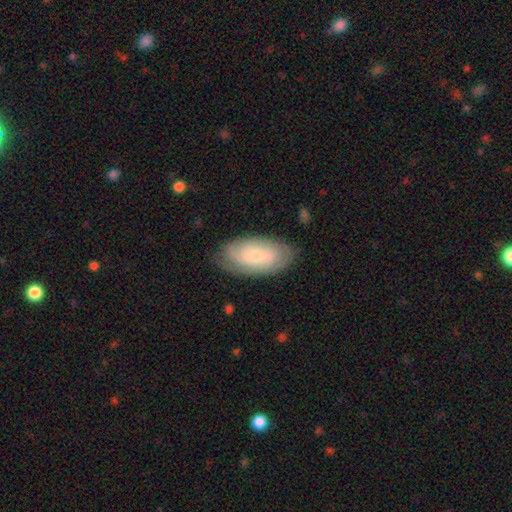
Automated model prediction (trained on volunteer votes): Smooth or featured? Predicted: featured or disk (p=0.54). Edge-on disk? Predicted: no (p=0.93). Bar? Predicted: no (p=0.70). Spiral arms? Predicted: yes (p=0.84). Bulge size? Predicted: small (p=0.55). Merging? Predicted: none (p=0.78).